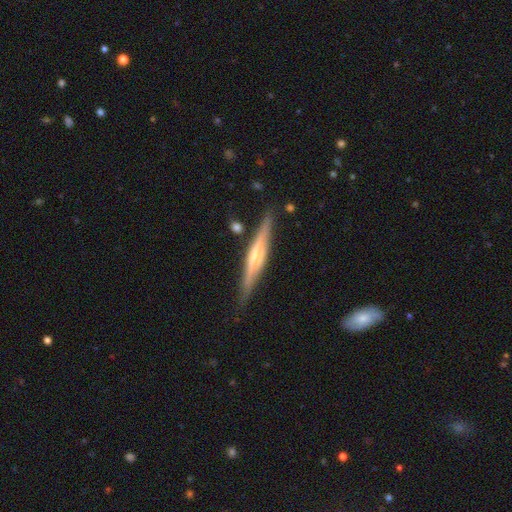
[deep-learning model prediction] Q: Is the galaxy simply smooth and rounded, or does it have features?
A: featured or disk — 75%.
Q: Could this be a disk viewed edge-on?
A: yes — 97%.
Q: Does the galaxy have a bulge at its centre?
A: rounded — 64%.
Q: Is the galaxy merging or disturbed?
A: none — 85%.